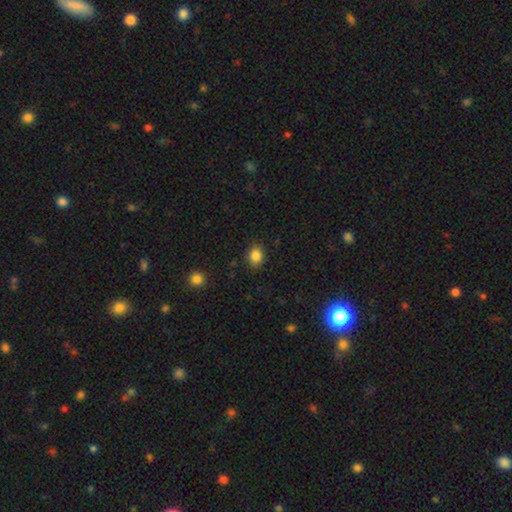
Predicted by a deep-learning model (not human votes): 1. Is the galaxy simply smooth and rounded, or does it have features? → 85% smooth, 11% star or artifact, 4% featured or disk.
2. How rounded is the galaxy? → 63% round, 36% in between, 1% cigar-shaped.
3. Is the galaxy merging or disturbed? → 87% none, 10% minor disturbance, 2% major disturbance, 1% merger.